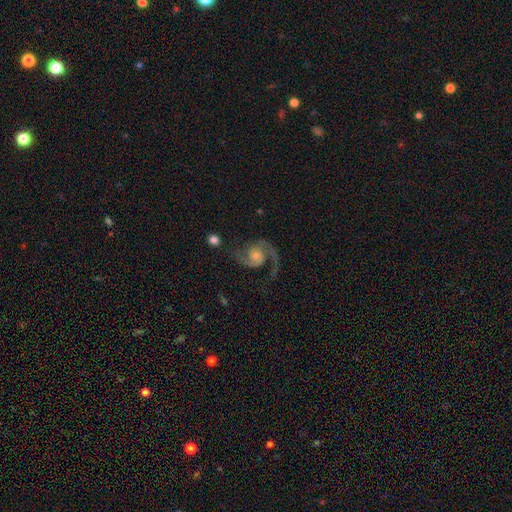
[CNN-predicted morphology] A featured or disk galaxy (91%) with no bar (69%), 2 (91%) medium (56%) spiral arms (98%) and a moderate central bulge (44%). Merging: none (71%).